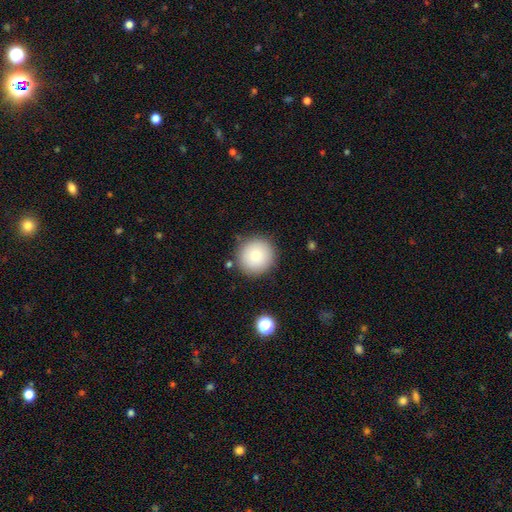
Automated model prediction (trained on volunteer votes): Smooth or featured? Predicted: smooth (p=0.83). How rounded? Predicted: round (p=0.95). Merging? Predicted: none (p=0.87).